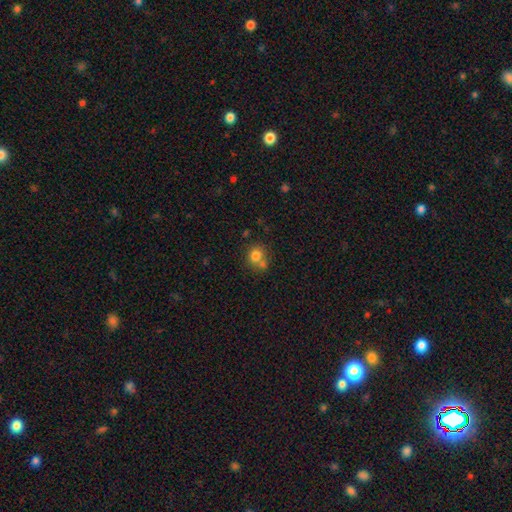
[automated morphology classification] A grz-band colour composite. It shows a smooth galaxy with no disk features (77%) that is round (76%). Merging: none (48%).